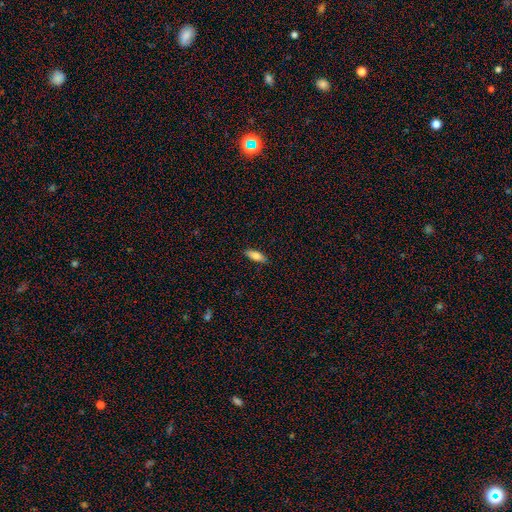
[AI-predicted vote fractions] Smooth or featured?
  - smooth: 83% *
  - featured or disk: 11%
  - star or artifact: 7%
How rounded?
  - in between: 74% *
  - cigar-shaped: 24%
  - round: 2%
Merging?
  - none: 88% *
  - minor disturbance: 9%
  - major disturbance: 2%
  - merger: 1%